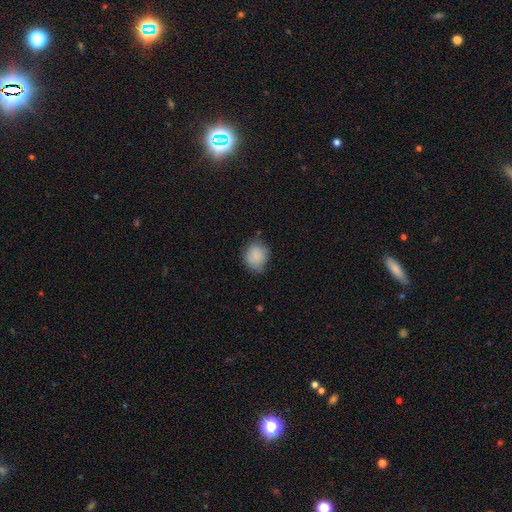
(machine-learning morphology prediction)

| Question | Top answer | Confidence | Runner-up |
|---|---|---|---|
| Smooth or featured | smooth | 87% | star or artifact (8%) |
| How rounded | round | 67% | in between (32%) |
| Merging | none | 70% | minor disturbance (23%) |